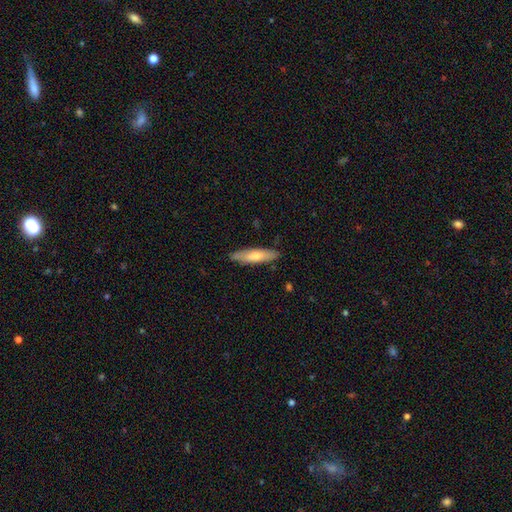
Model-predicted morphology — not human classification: type=smooth (61%); roundness=cigar-shaped (72%); merging=none (84%).